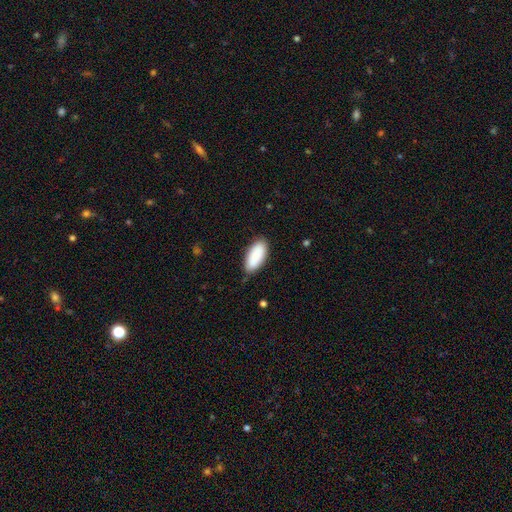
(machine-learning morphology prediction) smooth_or_featured: smooth (p=0.89) [alt: star or artifact p=0.06]
how_rounded: in between (p=0.90) [alt: cigar-shaped p=0.08]
merging: none (p=0.82) [alt: minor disturbance p=0.14]